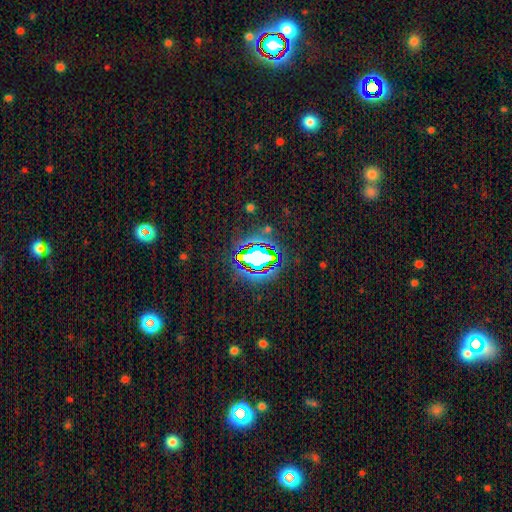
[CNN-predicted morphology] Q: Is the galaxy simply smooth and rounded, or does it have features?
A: star or artifact — 81%.